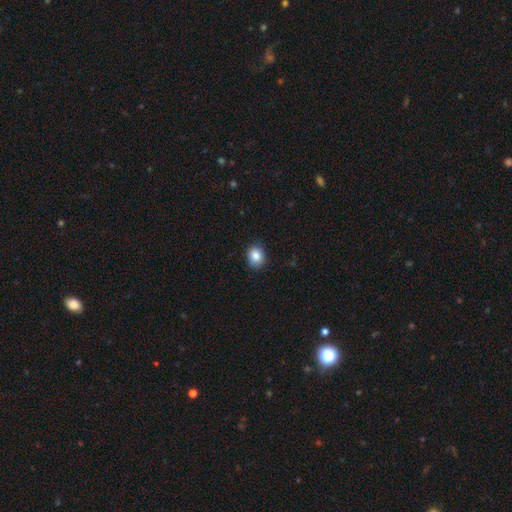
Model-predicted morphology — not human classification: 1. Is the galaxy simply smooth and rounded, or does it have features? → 86% smooth, 9% star or artifact, 5% featured or disk.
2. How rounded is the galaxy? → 60% round, 39% in between, 1% cigar-shaped.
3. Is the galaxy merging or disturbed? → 86% none, 11% minor disturbance, 2% major disturbance, 1% merger.